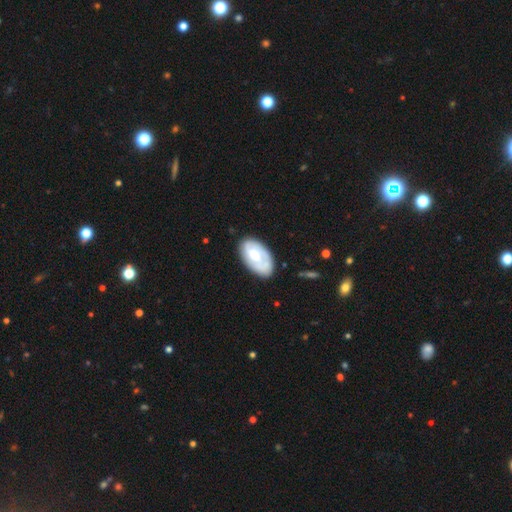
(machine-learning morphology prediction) Q: Smooth or featured?
A: smooth (49%); runner-up: featured or disk (45%)
Q: Merging?
A: none (71%); runner-up: minor disturbance (21%)